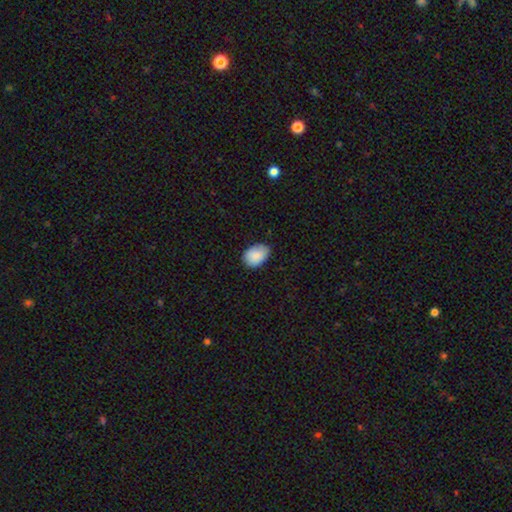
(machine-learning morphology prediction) Overall: smooth (88%). How rounded: in between (78%). Merging: none (70%).